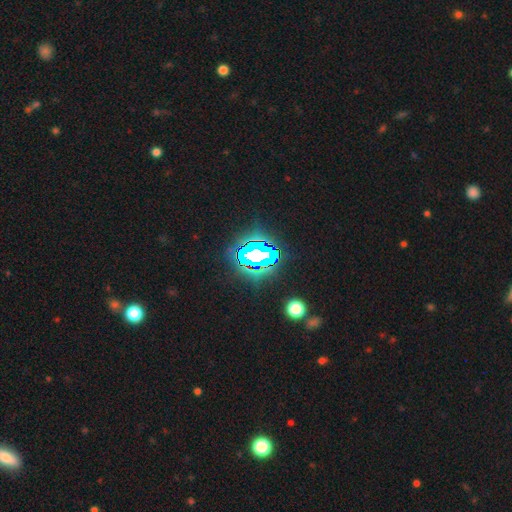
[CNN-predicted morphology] This appears to be a star or artifact, not a galaxy (82%).